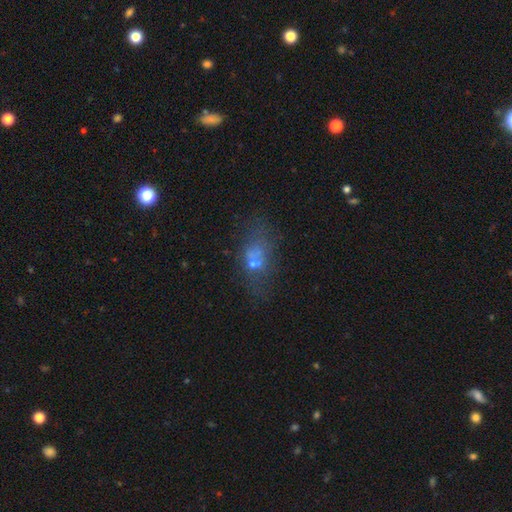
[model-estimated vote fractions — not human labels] smooth 46%, featured or disk 28%, star or artifact 26%. Down the decision tree: merging — none (48%).